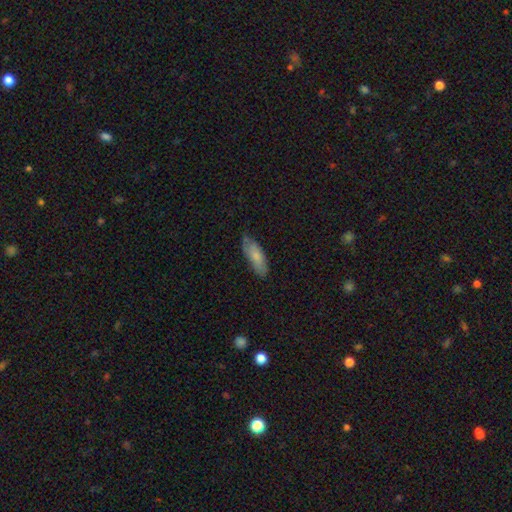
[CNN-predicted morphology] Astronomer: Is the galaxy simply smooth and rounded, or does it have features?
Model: smooth — 76%.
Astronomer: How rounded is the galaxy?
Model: in between — 67%.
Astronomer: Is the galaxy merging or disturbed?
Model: none — 72%.